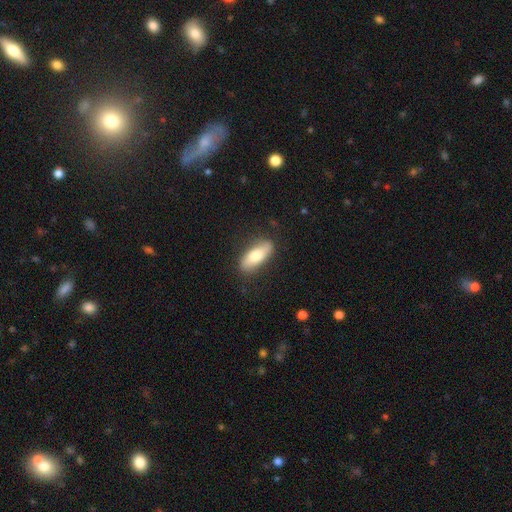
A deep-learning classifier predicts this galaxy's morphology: Smooth or featured? smooth (71%)
How rounded? in between (73%)
Merging? none (82%)